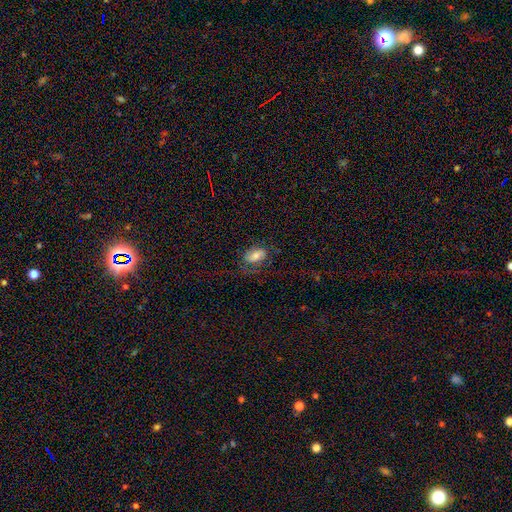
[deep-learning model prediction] The model was most divided on "smooth or featured": smooth: 62%, featured or disk: 28%, star or artifact: 10%. More confident: how rounded — in between (88%); merging — none (57%).